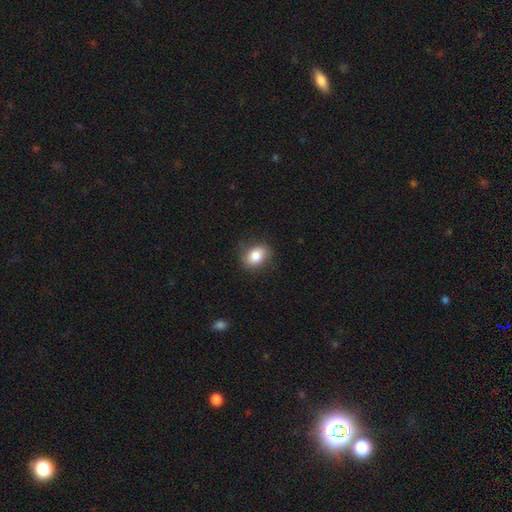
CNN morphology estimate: smooth_or_featured: smooth (p=0.82) [alt: featured or disk p=0.10]
how_rounded: in between (p=0.66) [alt: round p=0.32]
merging: none (p=0.79) [alt: minor disturbance p=0.16]